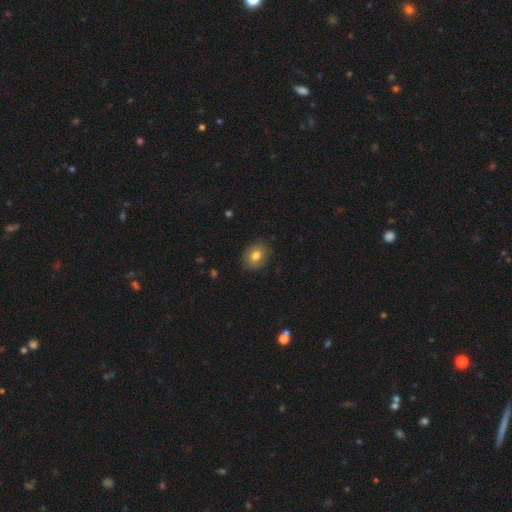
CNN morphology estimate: Overall: smooth (78%). How rounded: round (55%; in between 44%). Merging: none (85%).